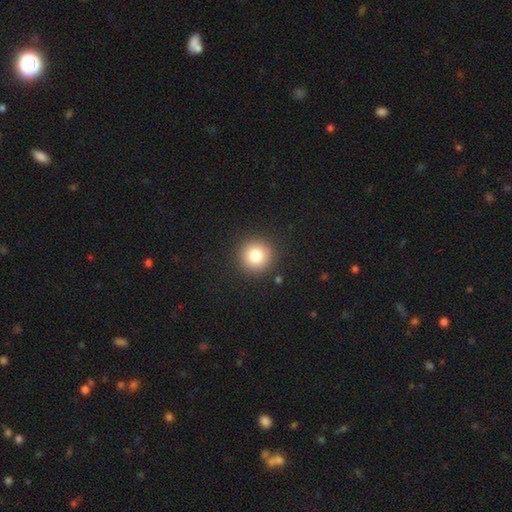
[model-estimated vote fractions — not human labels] Smooth or featured? smooth (80%)
How rounded? round (95%)
Merging? none (91%)